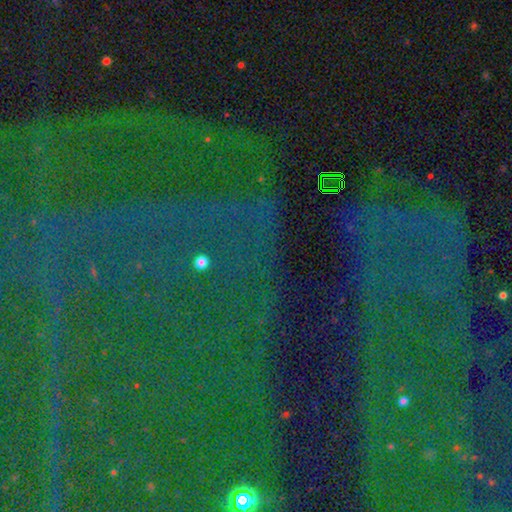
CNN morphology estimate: This appears to be a star or artifact, not a galaxy (84%).